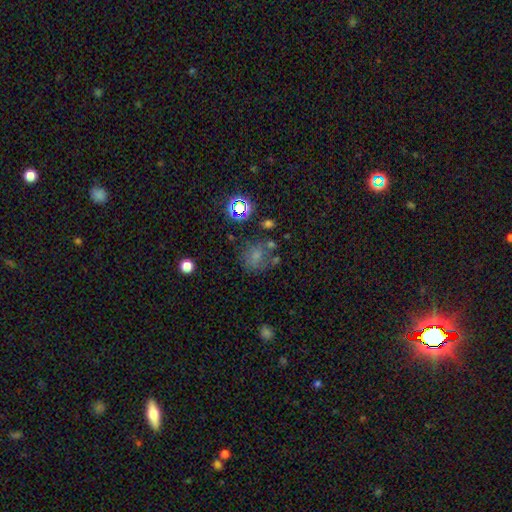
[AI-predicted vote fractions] Morphology: type=smooth (62%); roundness=round (75%); merging=none (60%).